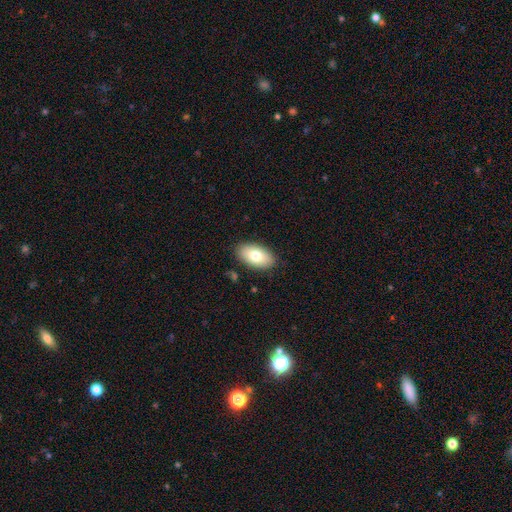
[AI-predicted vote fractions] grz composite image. It shows a smooth galaxy with no disk features (77%) that is in between round and cigar-shaped (94%). Merging: none (87%).